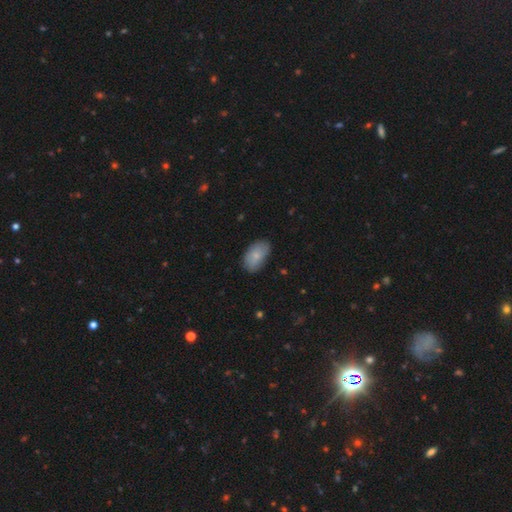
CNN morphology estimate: This is likely a smooth galaxy (80%). How rounded: clearly in between (93%). Merging: likely none (78%).